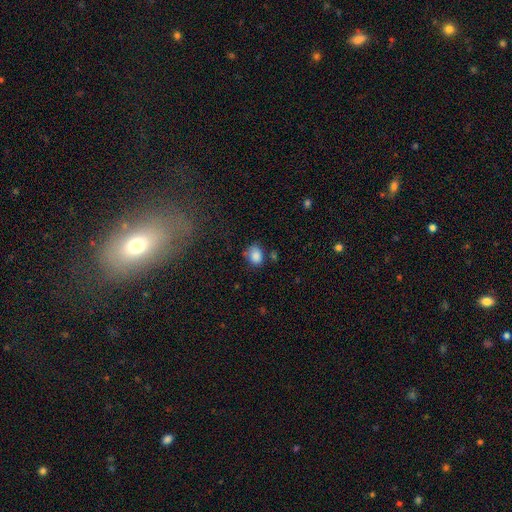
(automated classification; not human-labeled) Smooth or featured? smooth (86%)
How rounded? in between (61%)
Merging? none (66%)